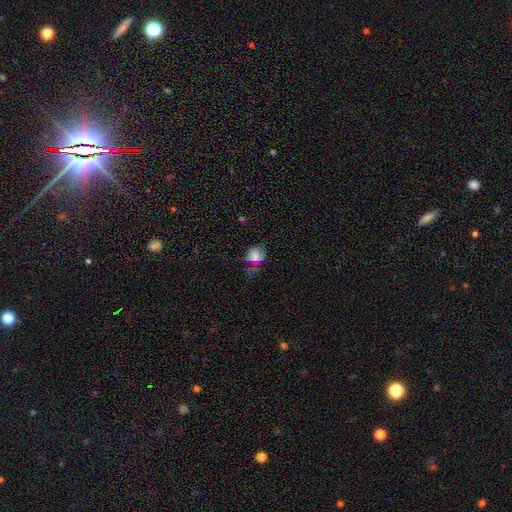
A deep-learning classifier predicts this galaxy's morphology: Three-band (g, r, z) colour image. It shows a smooth galaxy with no disk features (58%) that is round (61%). Merging: none (56%).